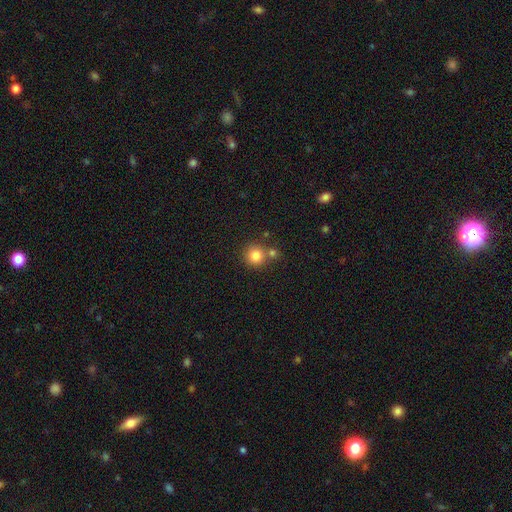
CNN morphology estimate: This is clearly a smooth galaxy (82%). How rounded: clearly round (92%). Merging: likely none (66%).